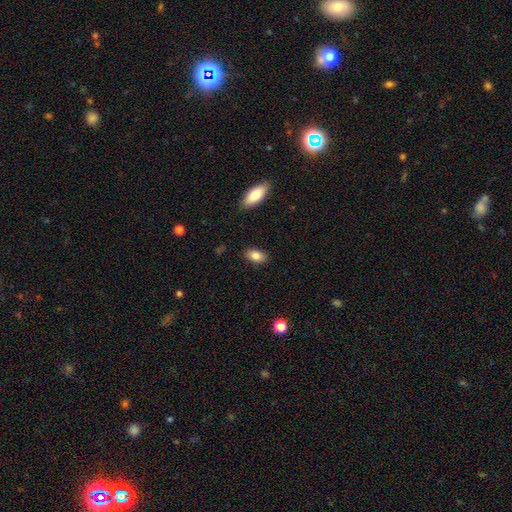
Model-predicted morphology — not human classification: Smooth or featured: smooth — 84% (featured or disk — 8%)
How rounded: in between — 90% (round — 6%)
Merging: none — 87% (minor disturbance — 9%)